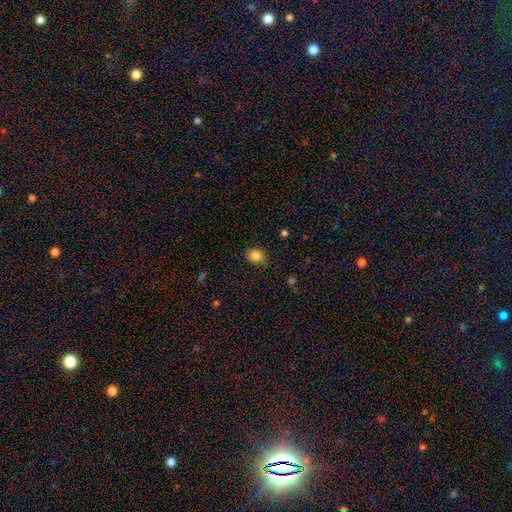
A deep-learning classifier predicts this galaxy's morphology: A smooth galaxy with no disk features (85%) that is round (55%).

Vote fractions:
- Smooth or featured? smooth: 85% / star or artifact: 10% / featured or disk: 5%
- How rounded? round: 55% / in between: 44% / cigar-shaped: 1%
- Merging? none: 79% / minor disturbance: 17% / major disturbance: 3% / merger: 1%